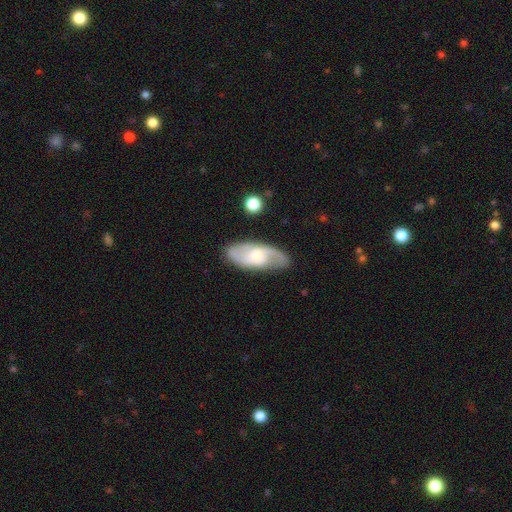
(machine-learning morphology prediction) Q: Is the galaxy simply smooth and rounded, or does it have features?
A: featured or disk — 74%.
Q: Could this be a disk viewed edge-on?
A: no — 92%.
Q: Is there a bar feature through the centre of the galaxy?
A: no — 49%.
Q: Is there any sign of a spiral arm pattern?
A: yes — 93%.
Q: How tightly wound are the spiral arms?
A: medium — 48%.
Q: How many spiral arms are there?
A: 2 — 85%.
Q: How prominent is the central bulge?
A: moderate — 50%.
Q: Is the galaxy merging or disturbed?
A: none — 81%.